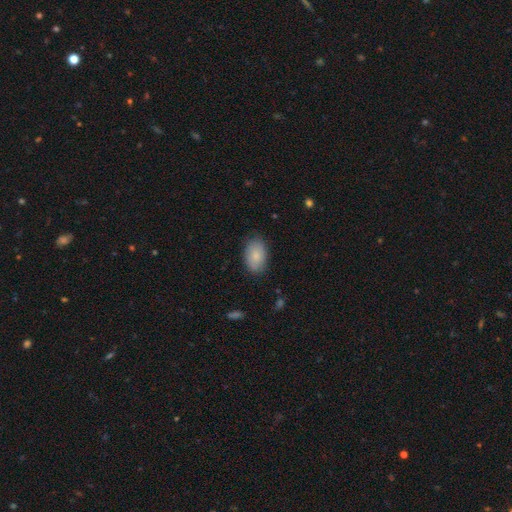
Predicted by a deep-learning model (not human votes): This appears to be a smooth galaxy with no disk features (85%) that is in between round and cigar-shaped (91%). Merging: none (81%).